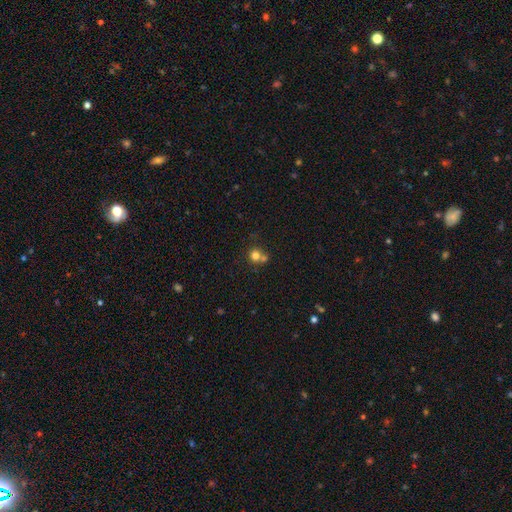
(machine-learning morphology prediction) smooth-or-featured: smooth: 76% | star or artifact: 13% | featured or disk: 11%
  how-rounded: round: 86% | in between: 13% | cigar-shaped: 1%
  merging: none: 47% | merger: 41% | minor disturbance: 8% | major disturbance: 4%